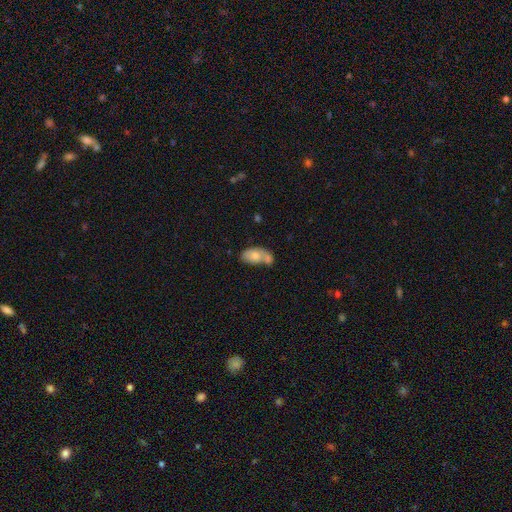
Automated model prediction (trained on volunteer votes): smooth 73%, featured or disk 20%, star or artifact 7%. Down the decision tree: how rounded — in between (89%); merging — merger (57%).